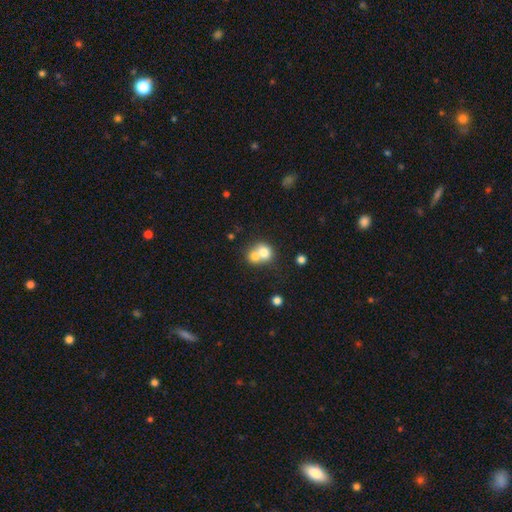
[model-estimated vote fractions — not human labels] The model was most divided on "how rounded": round: 69%, in between: 30%, cigar-shaped: 1%. More confident: smooth or featured — smooth (71%); merging — merger (67%).